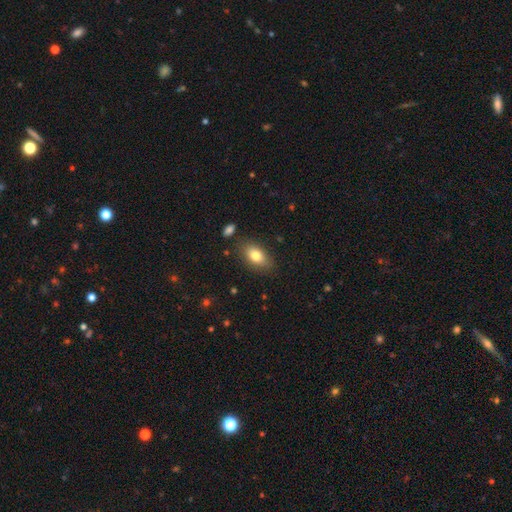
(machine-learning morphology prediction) This appears to be a smooth galaxy with no disk features (79%) that is in between round and cigar-shaped (88%). Merging: none (80%).